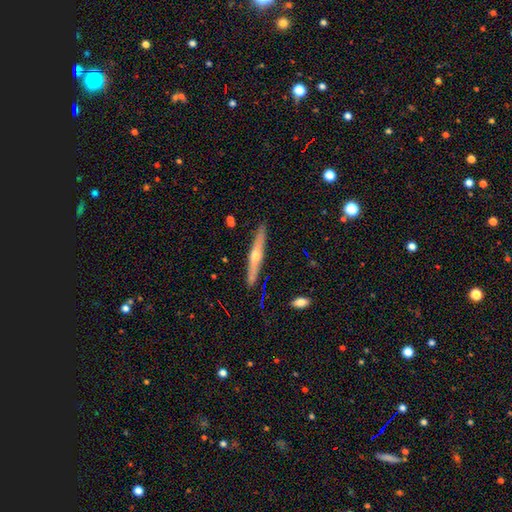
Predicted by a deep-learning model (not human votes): A featured or disk galaxy (70%) viewed edge-on (95%) with a rounded central bulge (88%). Merging: none (87%).